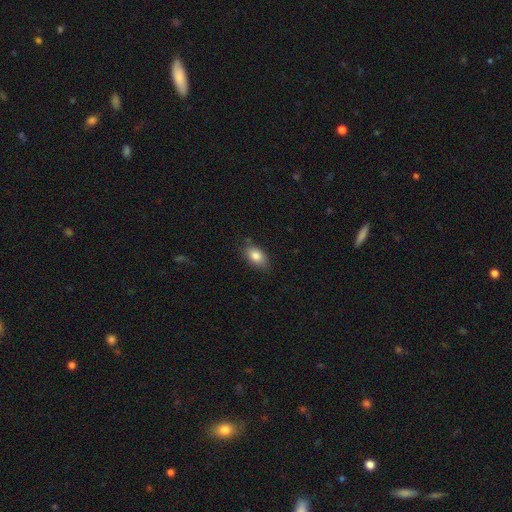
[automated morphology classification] Smooth or featured? Predicted: smooth (p=0.83). How rounded? Predicted: in between (p=0.89). Merging? Predicted: none (p=0.80).